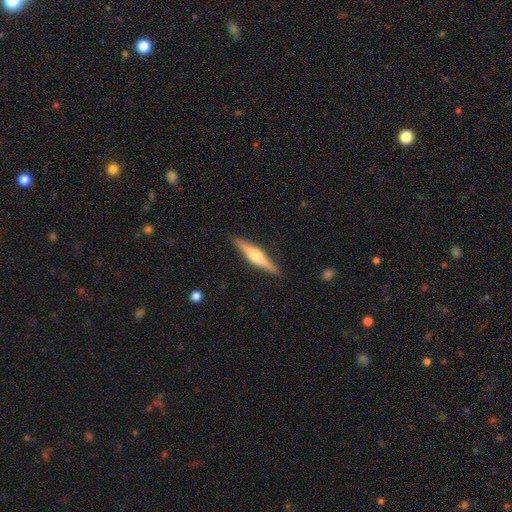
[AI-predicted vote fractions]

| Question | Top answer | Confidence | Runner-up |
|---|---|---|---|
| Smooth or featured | featured or disk | 65% | smooth (30%) |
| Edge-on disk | yes | 97% | no (3%) |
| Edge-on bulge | rounded | 88% | boxy (7%) |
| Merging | none | 90% | minor disturbance (8%) |